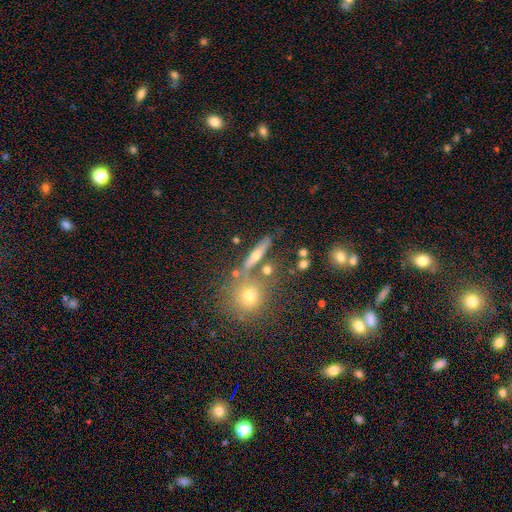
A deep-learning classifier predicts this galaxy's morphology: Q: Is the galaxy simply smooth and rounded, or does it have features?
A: smooth — 50%.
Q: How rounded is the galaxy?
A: cigar-shaped — 60%.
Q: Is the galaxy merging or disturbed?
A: none — 70%.